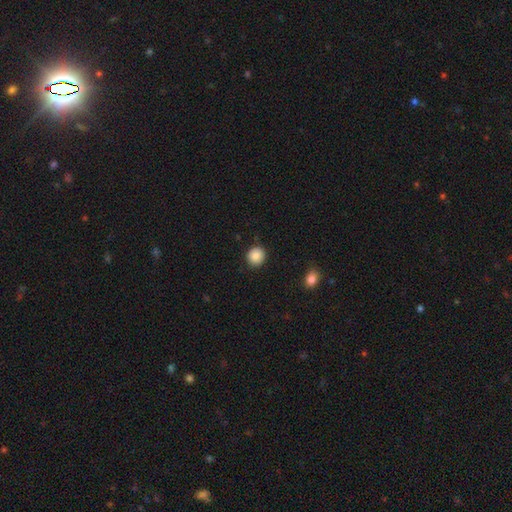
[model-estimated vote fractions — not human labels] Smooth or featured? Predicted: smooth (p=0.87). How rounded? Predicted: round (p=0.89). Merging? Predicted: none (p=0.90).